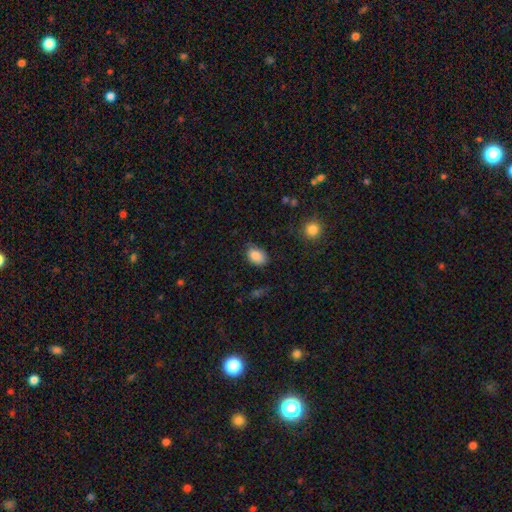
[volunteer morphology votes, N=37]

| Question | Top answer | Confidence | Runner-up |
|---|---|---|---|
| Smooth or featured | smooth | 92% | featured or disk (5%) |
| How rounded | in between | 76% | round (24%) |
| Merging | none | 64% | minor disturbance (33%) |